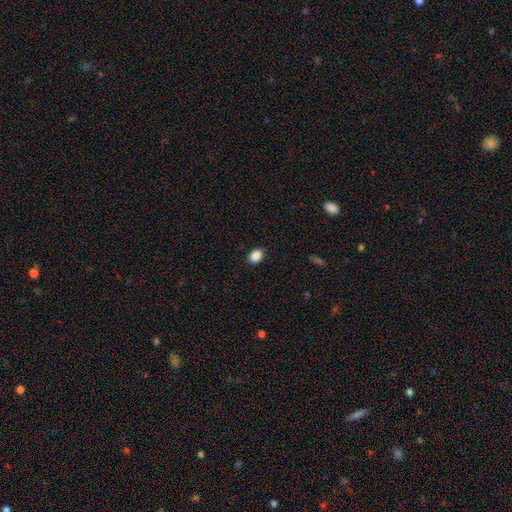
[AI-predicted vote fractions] This appears to be a smooth galaxy with no disk features (88%) that is in between round and cigar-shaped (67%). Merging: none (89%).